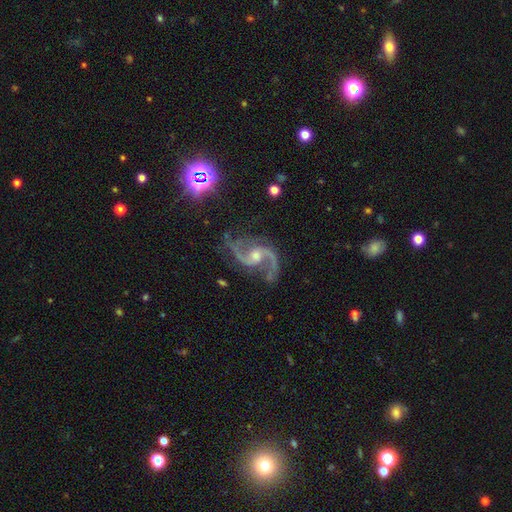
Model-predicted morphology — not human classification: Smooth or featured? featured or disk (91%)
Edge-on disk? no (98%)
Bar? no (45%)
Spiral arms? yes (98%)
Spiral winding? loose (47%)
Spiral arm count? 2 (93%)
Bulge size? moderate (48%)
Merging? none (76%)